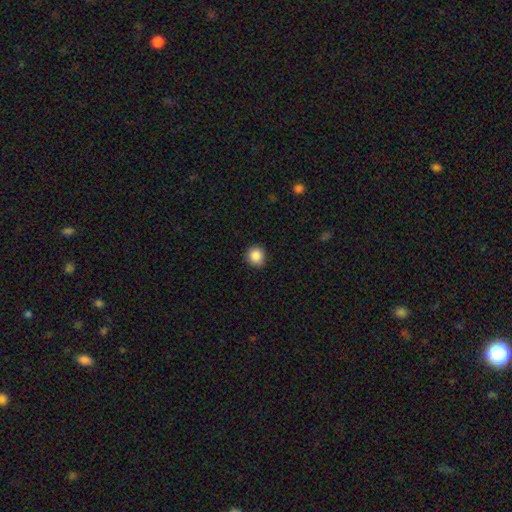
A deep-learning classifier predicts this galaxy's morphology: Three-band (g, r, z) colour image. It shows a smooth galaxy with no disk features (87%) that is round (89%). Merging: none (87%).